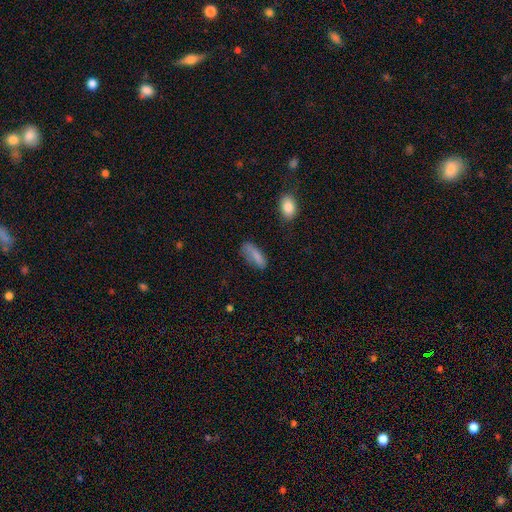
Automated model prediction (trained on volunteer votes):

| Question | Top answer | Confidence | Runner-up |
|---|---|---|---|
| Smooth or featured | smooth | 81% | featured or disk (11%) |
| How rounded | in between | 68% | cigar-shaped (30%) |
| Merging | none | 57% | minor disturbance (28%) |